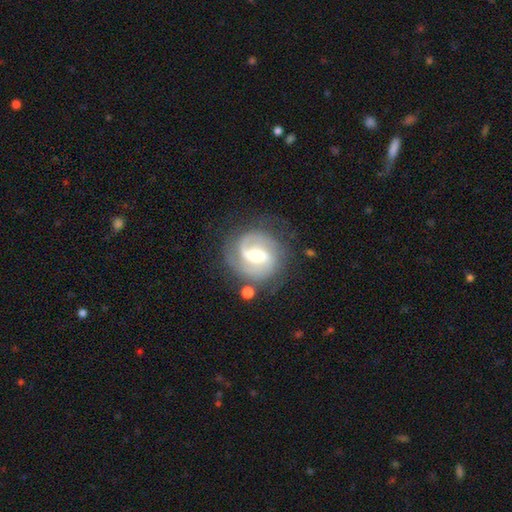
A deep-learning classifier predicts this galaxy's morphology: Smooth or featured? featured or disk (85%)
Edge-on disk? no (98%)
Bar? weak (50%)
Spiral arms? yes (95%)
Spiral winding? medium (46%)
Spiral arm count? 2 (78%)
Bulge size? moderate (57%)
Merging? none (74%)